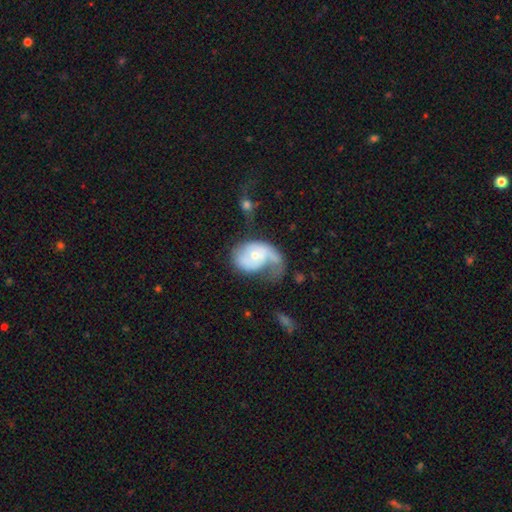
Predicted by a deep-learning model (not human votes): A featured or disk galaxy (63%) with no bar (76%), spiral arms (78%) and a small central bulge (49%). Merging: major disturbance (50%).